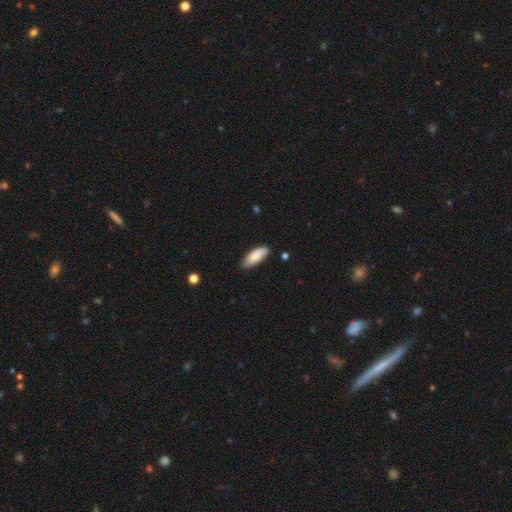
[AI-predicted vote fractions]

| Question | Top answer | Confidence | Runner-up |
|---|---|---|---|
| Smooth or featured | smooth | 86% | featured or disk (9%) |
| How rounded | in between | 69% | cigar-shaped (29%) |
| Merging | none | 80% | minor disturbance (16%) |